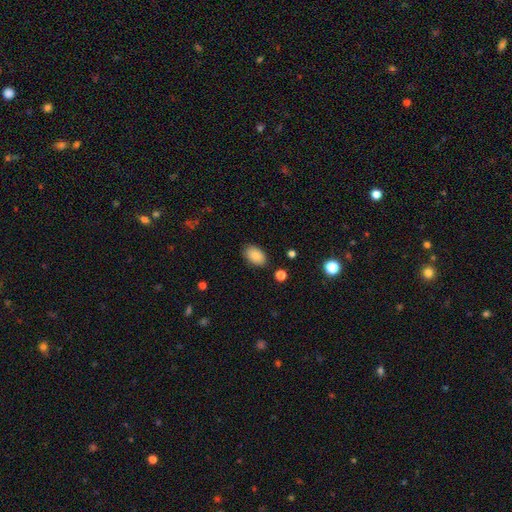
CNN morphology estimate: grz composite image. It shows a smooth galaxy with no disk features (86%) that is in between round and cigar-shaped (91%). Merging: none (85%).